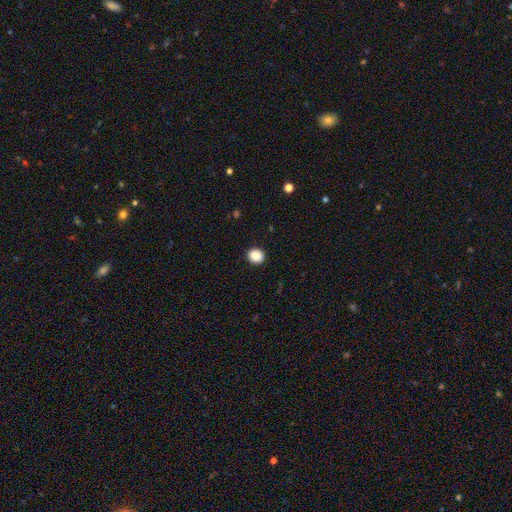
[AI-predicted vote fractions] Smooth or featured? smooth (89%)
How rounded? round (75%)
Merging? none (92%)